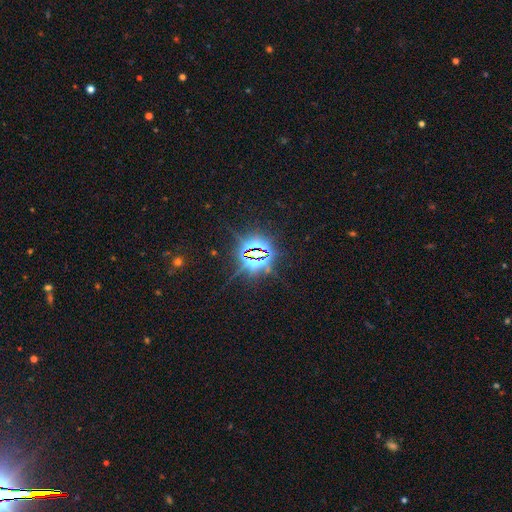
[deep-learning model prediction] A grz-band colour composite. It shows a star or artifact, not a galaxy (84%).